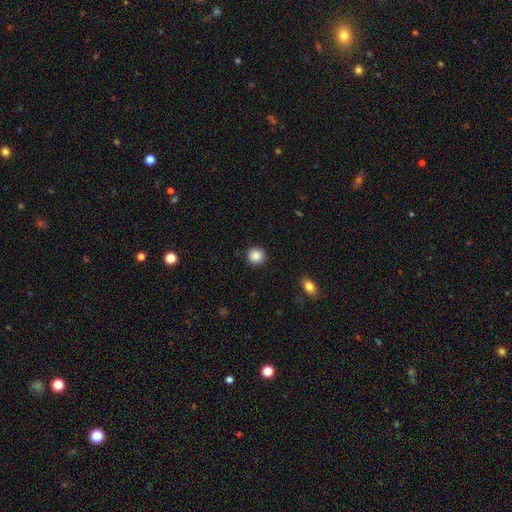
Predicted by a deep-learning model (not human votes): Smooth or featured: smooth — 88% (star or artifact — 9%)
How rounded: round — 94% (in between — 5%)
Merging: none — 92% (minor disturbance — 5%)